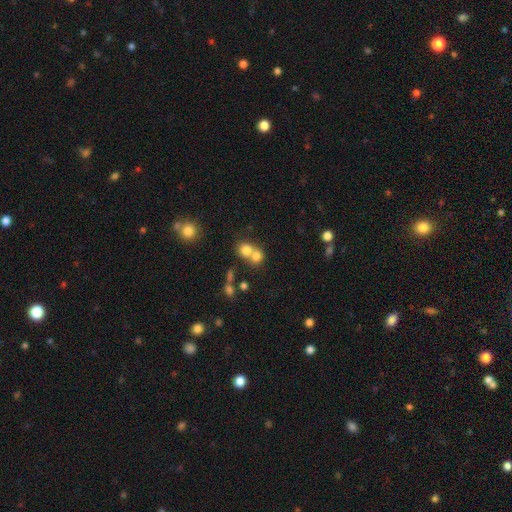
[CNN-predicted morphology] A smooth galaxy with no disk features (74%) that is round (77%).

Vote fractions:
- Smooth or featured? smooth: 74% / featured or disk: 13% / star or artifact: 13%
- How rounded? round: 77% / in between: 22% / cigar-shaped: 1%
- Merging? merger: 60% / none: 32% / minor disturbance: 5% / major disturbance: 3%